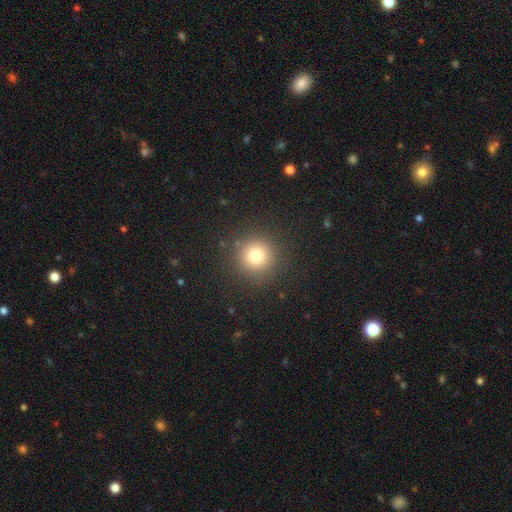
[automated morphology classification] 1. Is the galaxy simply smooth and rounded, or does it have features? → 77% smooth, 15% star or artifact, 8% featured or disk.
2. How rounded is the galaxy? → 95% round, 4% in between, 1% cigar-shaped.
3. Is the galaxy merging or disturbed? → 89% none, 6% minor disturbance, 3% major disturbance, 1% merger.